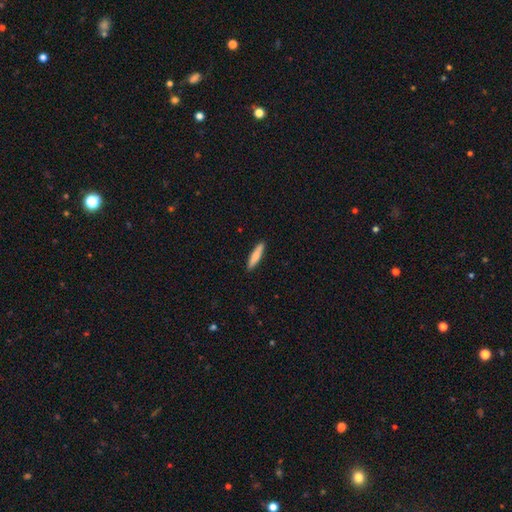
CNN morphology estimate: smooth 75%, featured or disk 20%, star or artifact 5%. Down the decision tree: how rounded — cigar-shaped (85%); merging — none (91%).